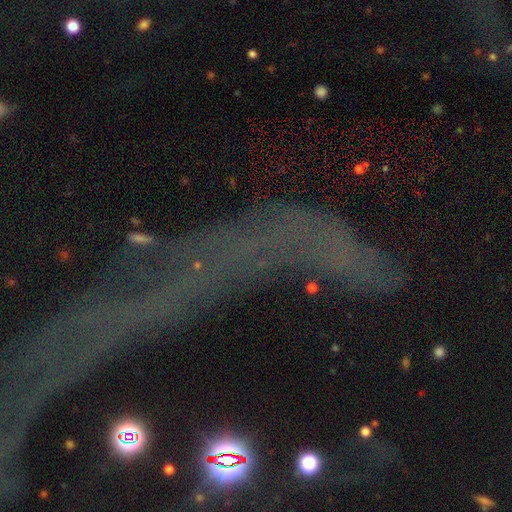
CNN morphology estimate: This appears to be a star or artifact, not a galaxy (60%).